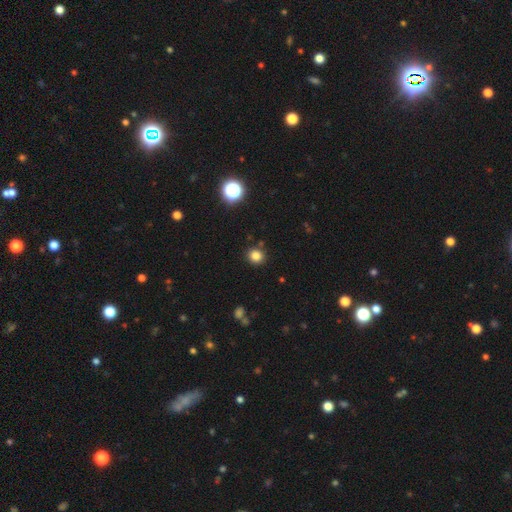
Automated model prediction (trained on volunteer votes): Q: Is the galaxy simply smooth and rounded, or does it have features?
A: smooth — 81%.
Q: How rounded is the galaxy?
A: round — 82%.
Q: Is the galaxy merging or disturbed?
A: none — 88%.